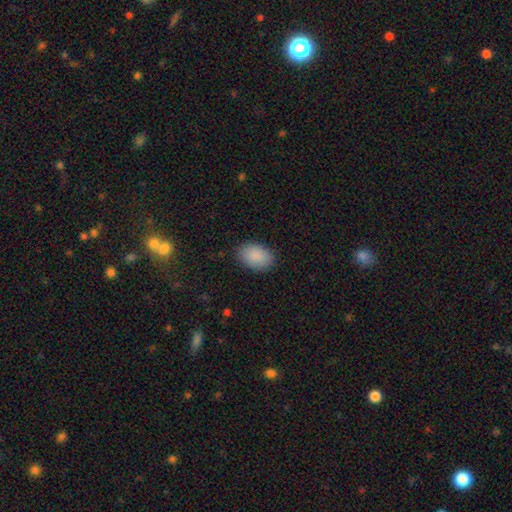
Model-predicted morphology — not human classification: A smooth galaxy with no disk features (90%) that is in between round and cigar-shaped (88%). Merging: none (87%).